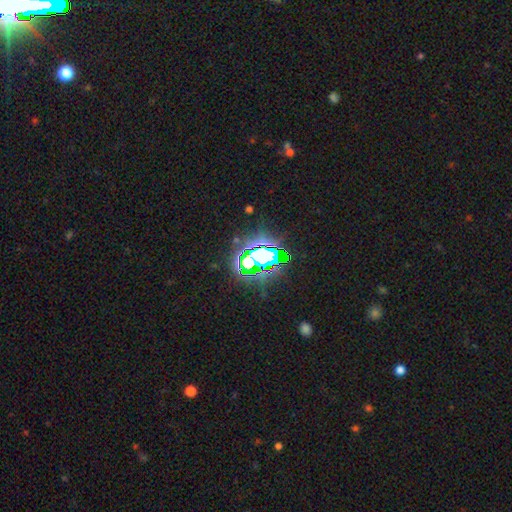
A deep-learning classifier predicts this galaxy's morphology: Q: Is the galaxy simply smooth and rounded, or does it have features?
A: star or artifact — 75%.